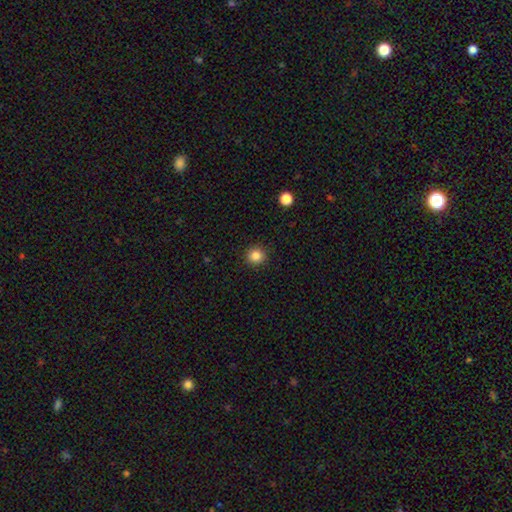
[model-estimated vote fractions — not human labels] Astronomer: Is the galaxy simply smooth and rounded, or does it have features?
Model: smooth — 85%.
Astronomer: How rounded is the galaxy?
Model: round — 92%.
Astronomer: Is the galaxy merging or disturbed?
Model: none — 92%.